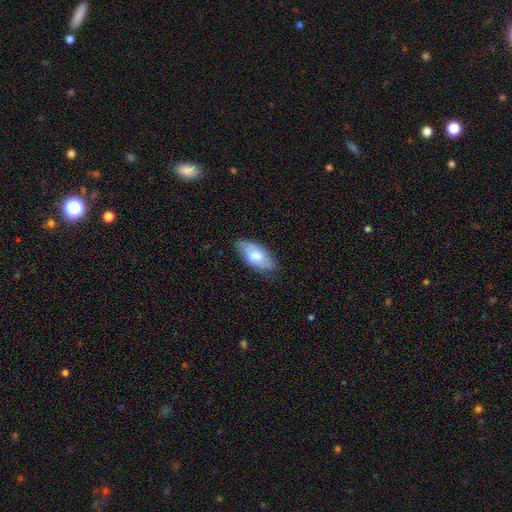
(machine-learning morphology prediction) smooth_or_featured: smooth (p=0.71) [alt: featured or disk p=0.24]
how_rounded: in between (p=0.90) [alt: cigar-shaped p=0.07]
merging: none (p=0.77) [alt: minor disturbance p=0.18]